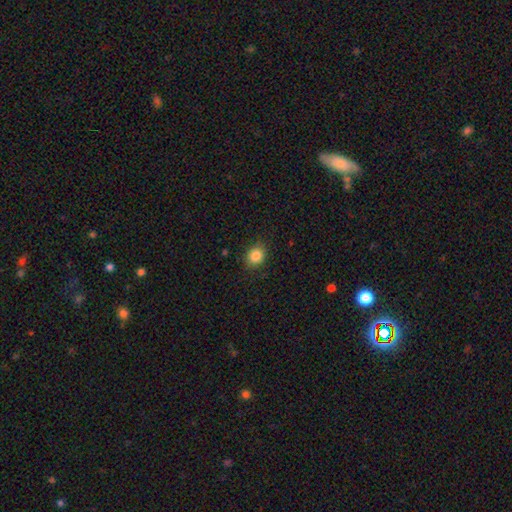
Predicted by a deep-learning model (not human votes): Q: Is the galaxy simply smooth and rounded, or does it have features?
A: smooth — 85%.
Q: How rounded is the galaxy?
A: round — 64%.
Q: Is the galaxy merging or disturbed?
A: none — 85%.